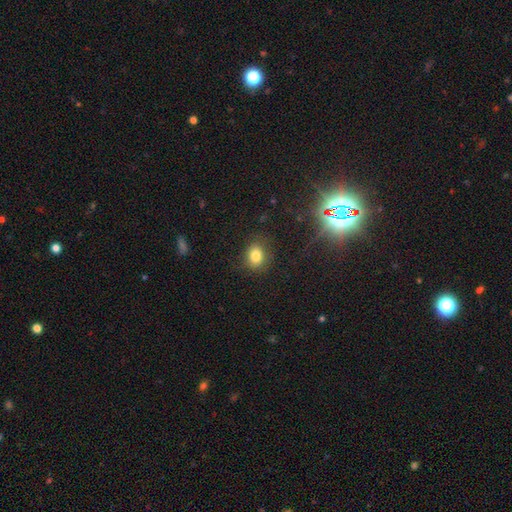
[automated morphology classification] Smooth or featured?
  - smooth: 80% *
  - star or artifact: 13%
  - featured or disk: 8%
How rounded?
  - round: 51% *
  - in between: 48%
  - cigar-shaped: 1%
Merging?
  - none: 79% *
  - minor disturbance: 14%
  - major disturbance: 5%
  - merger: 2%